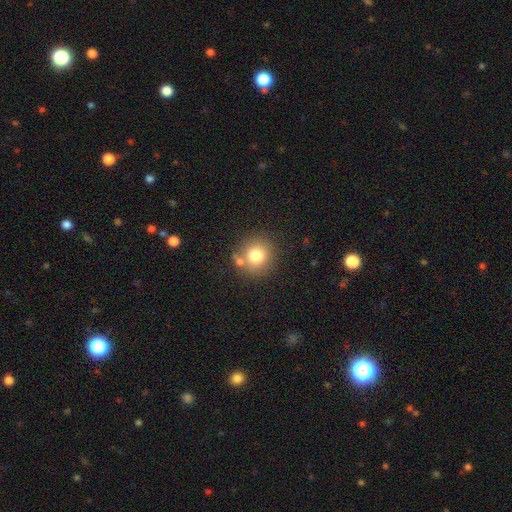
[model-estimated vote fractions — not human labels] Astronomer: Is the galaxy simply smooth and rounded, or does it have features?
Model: smooth — 78%.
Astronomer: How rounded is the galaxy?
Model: round — 90%.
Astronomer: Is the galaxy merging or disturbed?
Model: none — 73%.